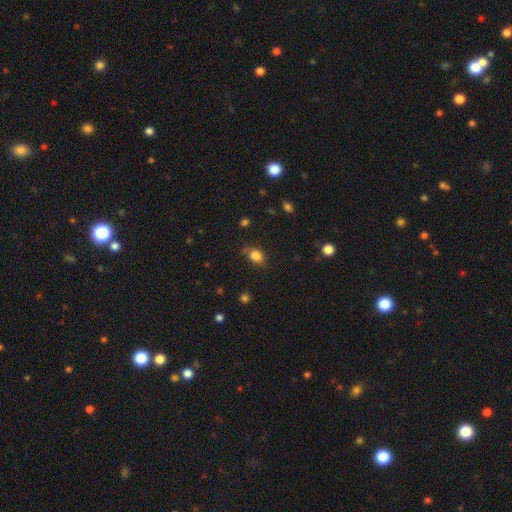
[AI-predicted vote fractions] A smooth galaxy with no disk features (84%) that is in between round and cigar-shaped (63%). Merging: none (71%).